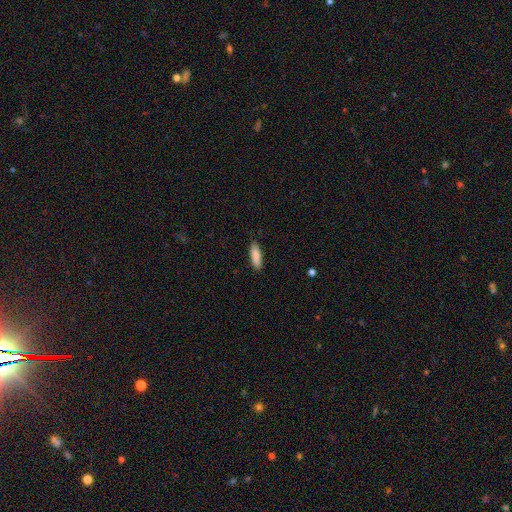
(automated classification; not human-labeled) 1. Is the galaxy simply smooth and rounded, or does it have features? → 88% smooth, 6% star or artifact, 6% featured or disk.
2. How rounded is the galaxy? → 51% in between, 48% cigar-shaped, 1% round.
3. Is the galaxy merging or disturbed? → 85% none, 11% minor disturbance, 2% major disturbance, 1% merger.